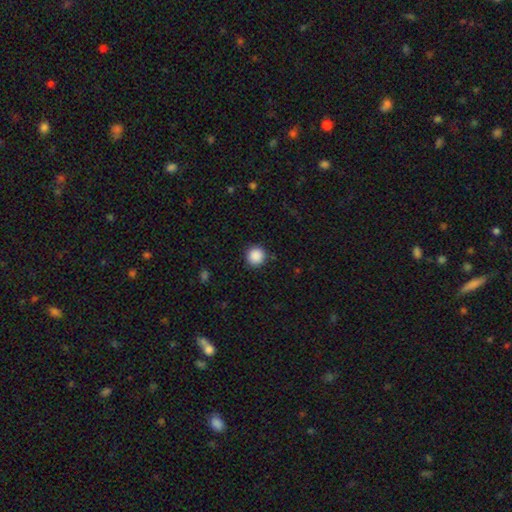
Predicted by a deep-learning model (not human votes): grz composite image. It shows a smooth galaxy with no disk features (88%) that is round (95%). Merging: none (89%).